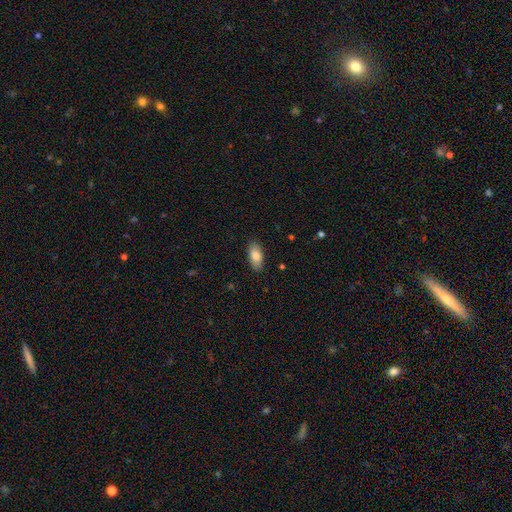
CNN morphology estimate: A smooth galaxy with no disk features (84%) that is in between round and cigar-shaped (89%).

Vote fractions:
- Smooth or featured? smooth: 84% / featured or disk: 9% / star or artifact: 7%
- How rounded? in between: 89% / cigar-shaped: 9% / round: 2%
- Merging? none: 87% / minor disturbance: 10% / major disturbance: 2% / merger: 1%